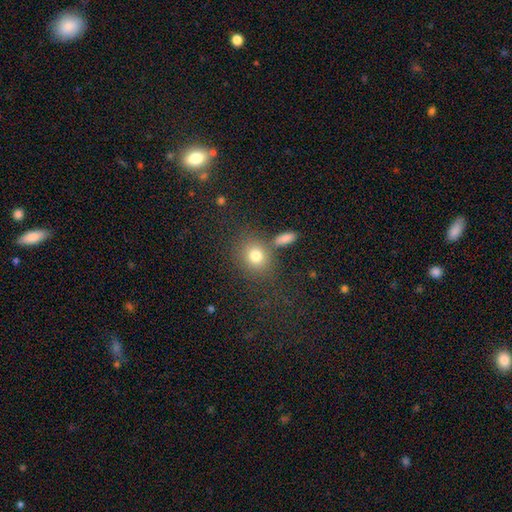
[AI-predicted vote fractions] Overall: smooth (78%). How rounded: round (65%; in between 33%). Merging: none (69%).